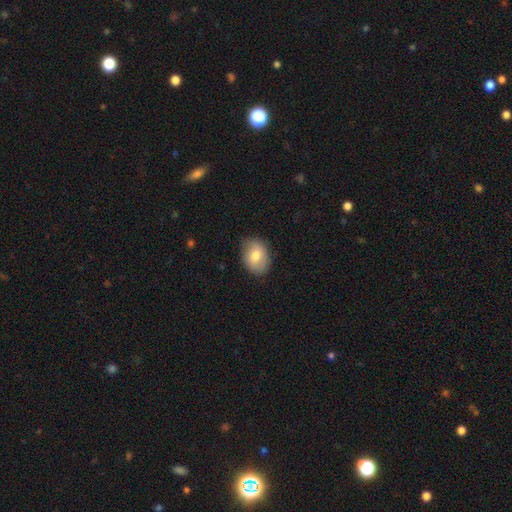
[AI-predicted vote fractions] smooth-or-featured: smooth: 75% | featured or disk: 18% | star or artifact: 7%
  how-rounded: in between: 67% | round: 32% | cigar-shaped: 1%
  merging: none: 77% | minor disturbance: 18% | major disturbance: 3% | merger: 1%